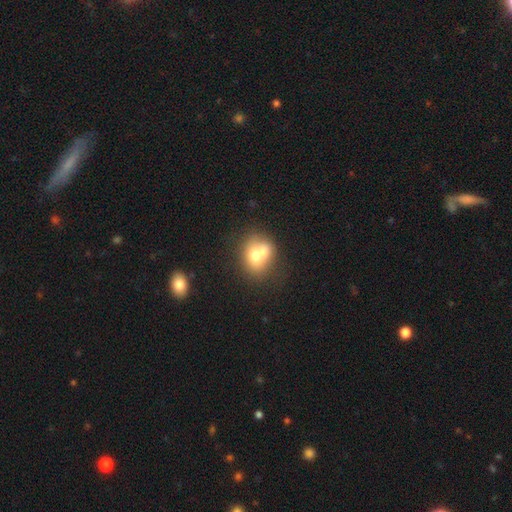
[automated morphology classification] Smooth or featured? smooth (67%)
How rounded? round (59%)
Merging? merger (56%)